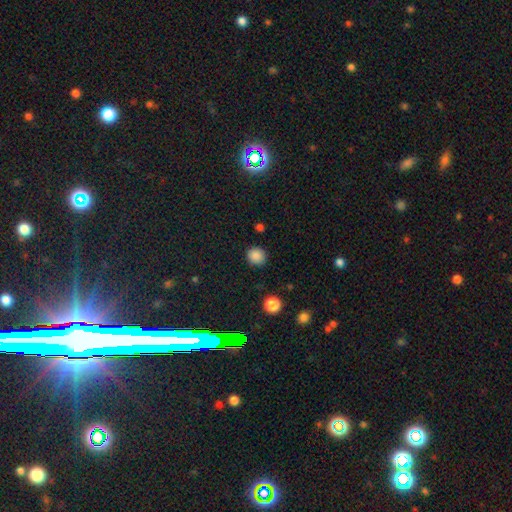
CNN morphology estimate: smooth_or_featured: smooth (p=0.86) [alt: star or artifact p=0.11]
how_rounded: round (p=0.86) [alt: in between p=0.13]
merging: none (p=0.88) [alt: minor disturbance p=0.09]